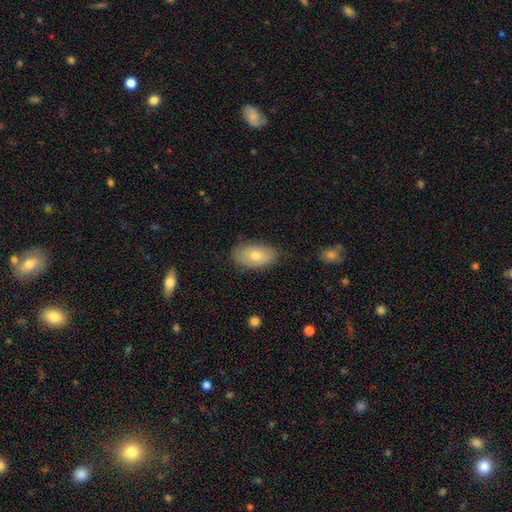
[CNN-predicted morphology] Smooth or featured?
  - smooth: 70% *
  - featured or disk: 23%
  - star or artifact: 7%
How rounded?
  - in between: 93% *
  - round: 5%
  - cigar-shaped: 2%
Merging?
  - none: 78% *
  - minor disturbance: 17%
  - major disturbance: 3%
  - merger: 1%